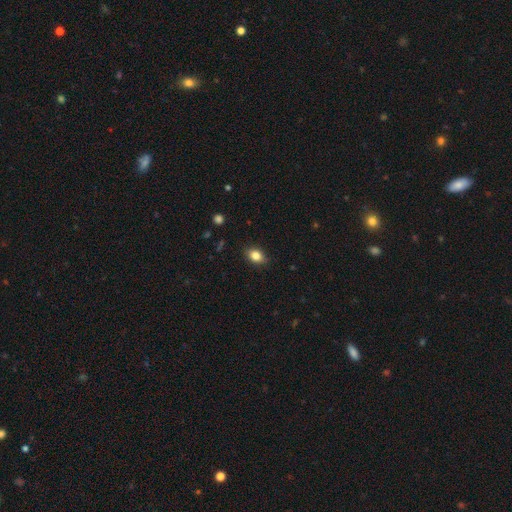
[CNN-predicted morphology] A smooth galaxy with no disk features (83%) that is in between round and cigar-shaped (75%). Merging: none (86%).